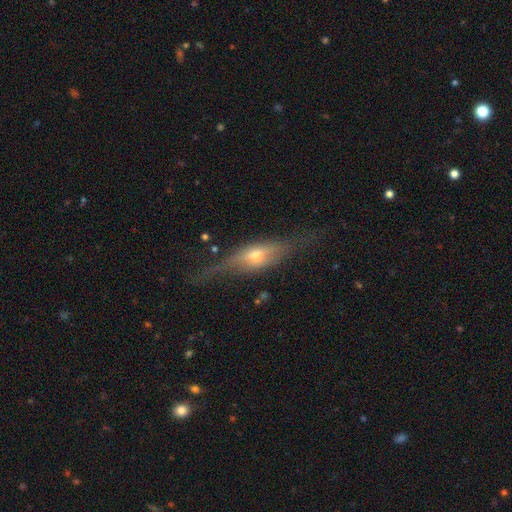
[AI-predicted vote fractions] Overall: featured or disk (68%). Edge-on disk: yes (89%). Edge-on bulge: rounded (89%). Merging: none (67%).